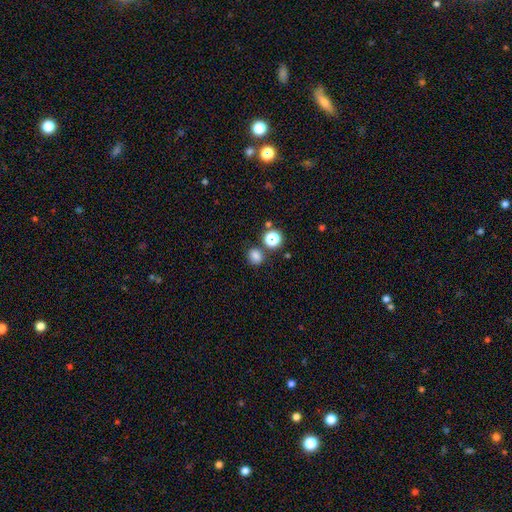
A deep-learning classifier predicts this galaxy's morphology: This appears to be a smooth galaxy with no disk features (77%) that is round (70%). Merging: none (77%).